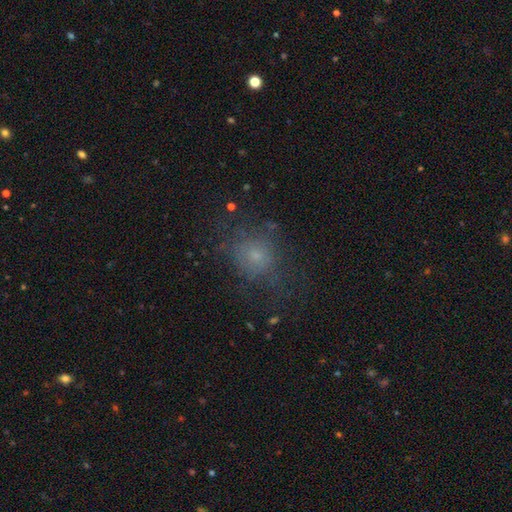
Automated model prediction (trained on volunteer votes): The model was most divided on "smooth or featured": smooth: 61%, star or artifact: 23%, featured or disk: 16%. More confident: how rounded — round (73%); merging — none (64%).